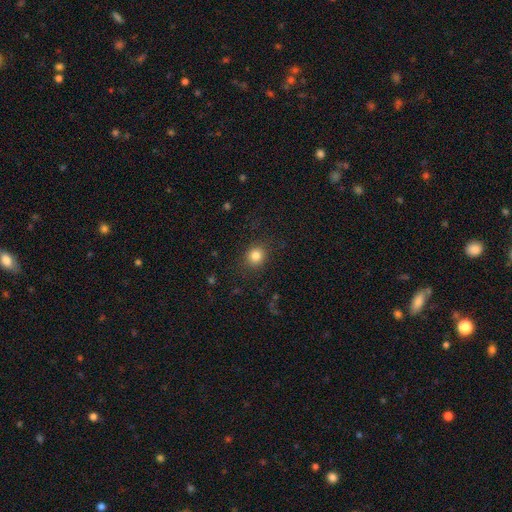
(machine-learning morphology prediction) This appears to be a smooth galaxy with no disk features (83%) that is round (80%). Merging: none (87%).